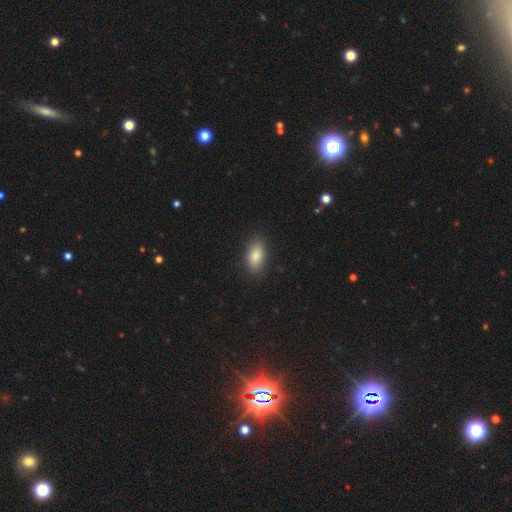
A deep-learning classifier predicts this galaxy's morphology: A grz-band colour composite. It shows a smooth galaxy with no disk features (86%) that is in between round and cigar-shaped (90%). Merging: none (86%).